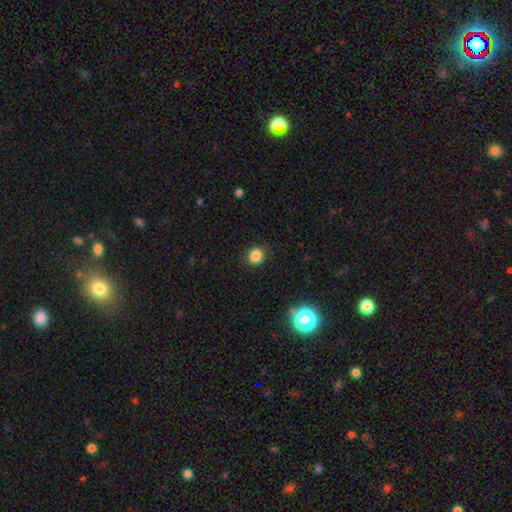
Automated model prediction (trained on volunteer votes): Q: Smooth or featured?
A: smooth (84%); runner-up: star or artifact (12%)
Q: How rounded?
A: round (81%); runner-up: in between (18%)
Q: Merging?
A: none (88%); runner-up: minor disturbance (9%)